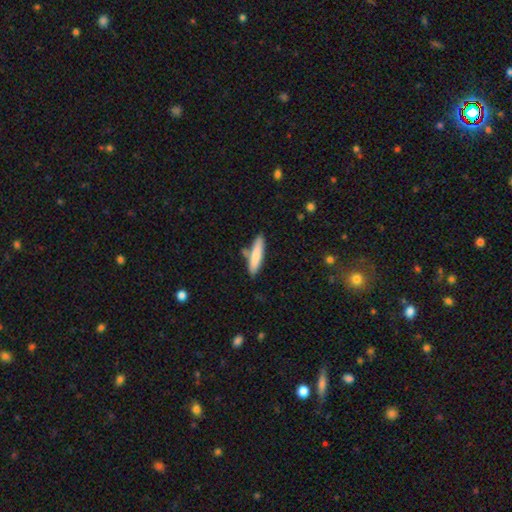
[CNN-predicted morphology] This appears to be a smooth galaxy with no disk features (78%) that is cigar-shaped (81%). Merging: none (76%).